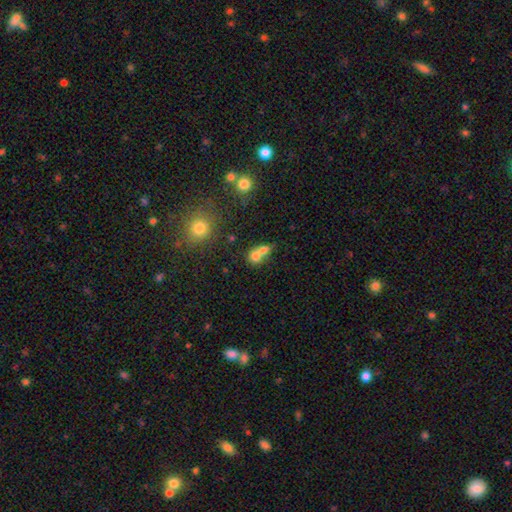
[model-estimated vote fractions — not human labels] smooth-or-featured: smooth: 71% | featured or disk: 17% | star or artifact: 12%
  how-rounded: round: 64% | in between: 34% | cigar-shaped: 2%
  merging: merger: 65% | none: 25% | minor disturbance: 7% | major disturbance: 4%